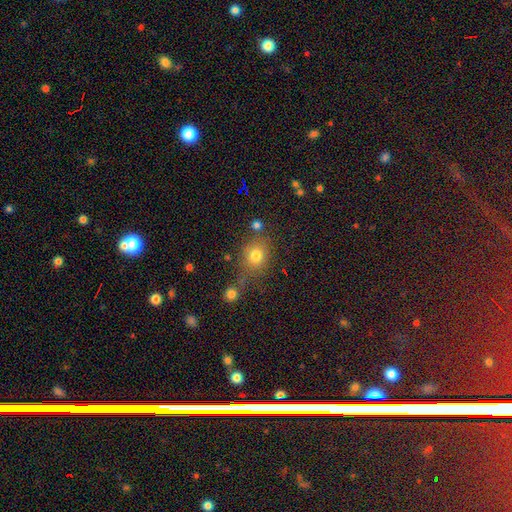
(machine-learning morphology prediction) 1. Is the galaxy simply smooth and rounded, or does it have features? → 76% smooth, 16% star or artifact, 8% featured or disk.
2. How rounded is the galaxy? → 71% round, 28% in between, 1% cigar-shaped.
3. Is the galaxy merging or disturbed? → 66% none, 14% merger, 13% minor disturbance, 6% major disturbance.